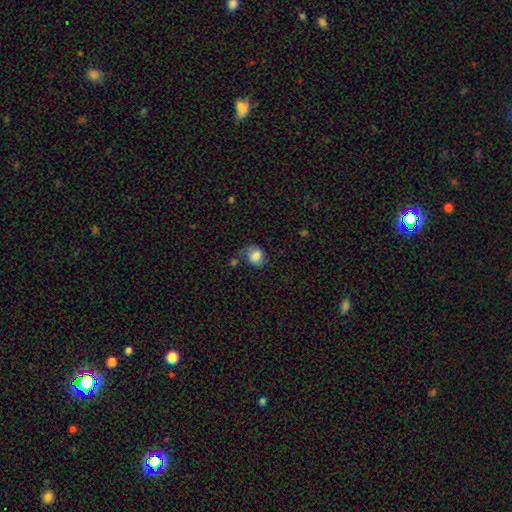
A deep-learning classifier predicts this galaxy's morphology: Overall: smooth (66%). How rounded: round (57%; in between 42%). Merging: none (45%; minor disturbance 28%).